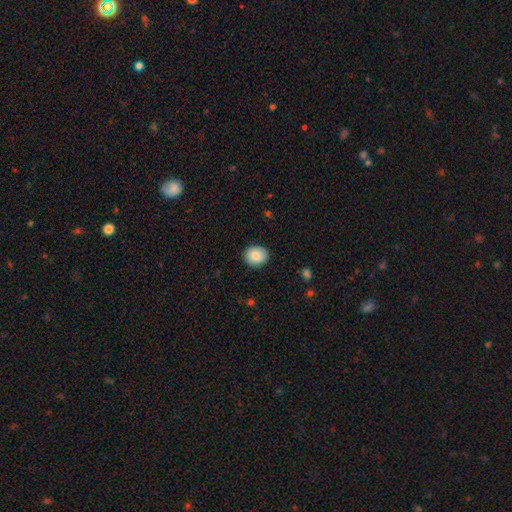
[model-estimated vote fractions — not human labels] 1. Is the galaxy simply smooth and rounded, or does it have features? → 85% smooth, 8% star or artifact, 7% featured or disk.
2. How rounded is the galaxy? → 72% round, 27% in between, 1% cigar-shaped.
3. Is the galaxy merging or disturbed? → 89% none, 8% minor disturbance, 2% major disturbance, 1% merger.